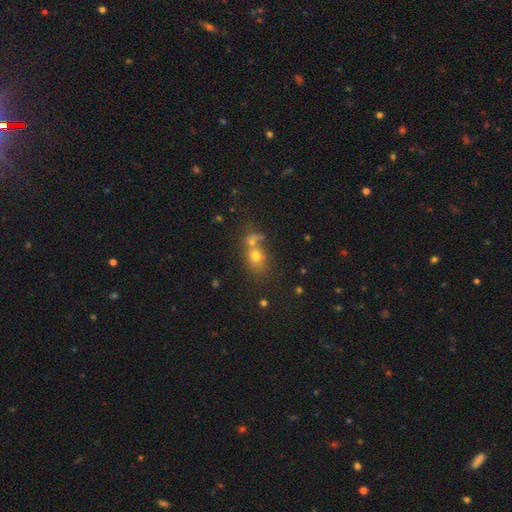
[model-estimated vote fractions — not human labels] Morphology: type=smooth (66%); roundness=round (55%); merging=merger (48%).